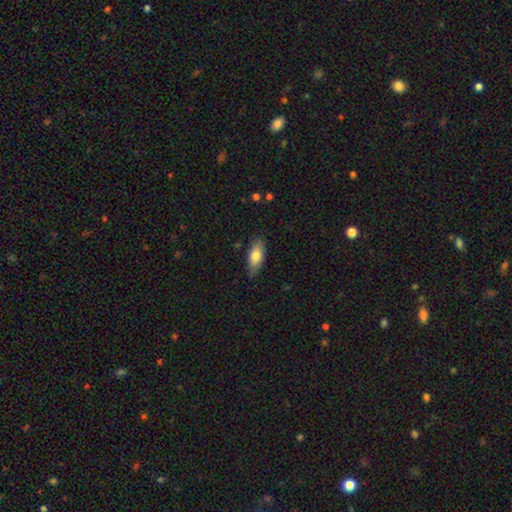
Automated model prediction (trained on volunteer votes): This is likely a smooth galaxy (74%). How rounded: clearly in between (82%). Merging: clearly none (80%).